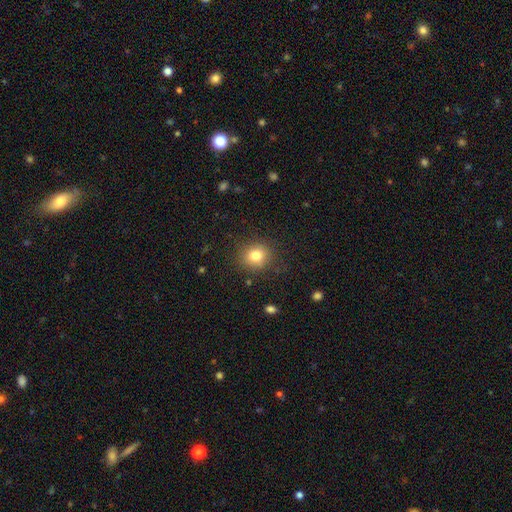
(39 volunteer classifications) A smooth galaxy with no disk features (69%) that is round (78%).

Vote fractions:
- Smooth or featured? smooth: 69% / featured or disk: 21% / star or artifact: 10%
- How rounded? round: 78% / in between: 22% / cigar-shaped: 0%
- Merging? none: 91% / minor disturbance: 9% / major disturbance: 0% / merger: 0%